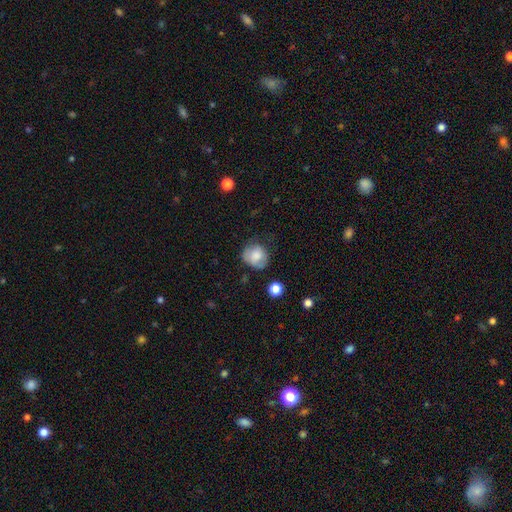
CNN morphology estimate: A smooth galaxy with no disk features (75%) that is round (72%). Merging: none (57%).